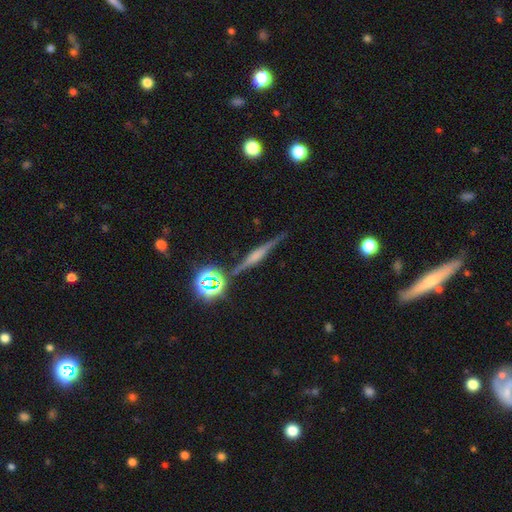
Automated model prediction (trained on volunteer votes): smooth_or_featured: featured or disk (p=0.67) [alt: smooth p=0.18]
disk_edge_on: yes (p=0.96) [alt: no p=0.04]
edge_on_bulge: rounded (p=0.55) [alt: boxy p=0.30]
merging: none (p=0.85) [alt: minor disturbance p=0.09]